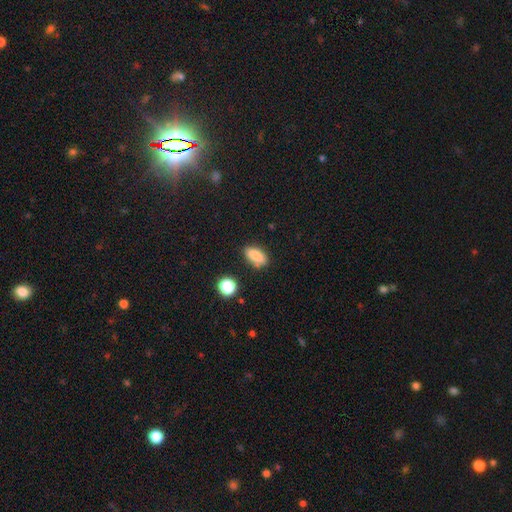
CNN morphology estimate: A smooth galaxy with no disk features (82%) that is in between round and cigar-shaped (82%). Merging: none (78%).